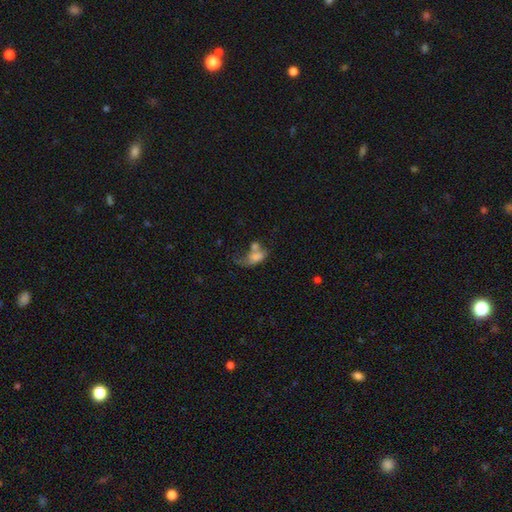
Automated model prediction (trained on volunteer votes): This appears to be a smooth galaxy with no disk features (63%) that is in between round and cigar-shaped (85%). Merging: merger (37%).